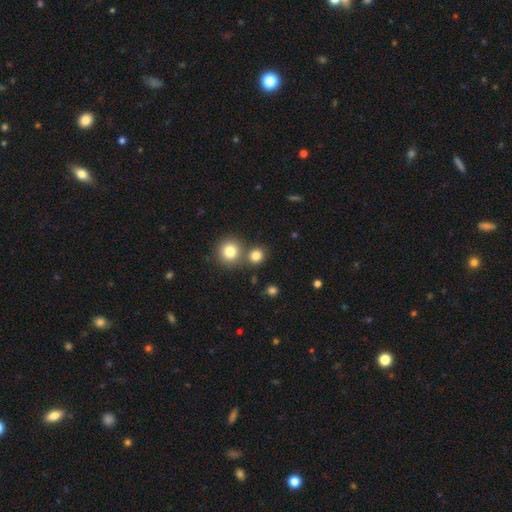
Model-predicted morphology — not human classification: type=smooth (82%); roundness=round (83%); merging=none (64%).